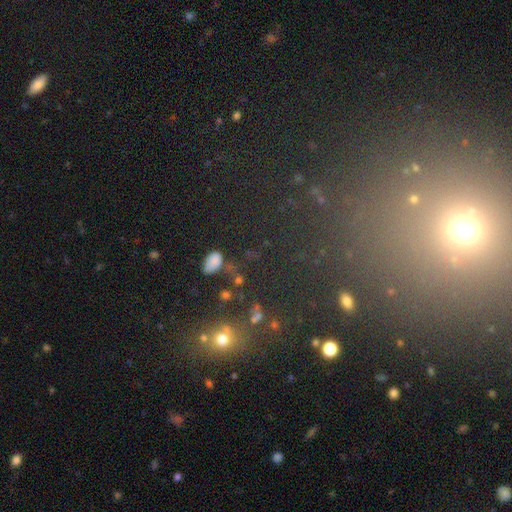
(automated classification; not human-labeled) smooth-or-featured: star or artifact: 53% | smooth: 36% | featured or disk: 10%